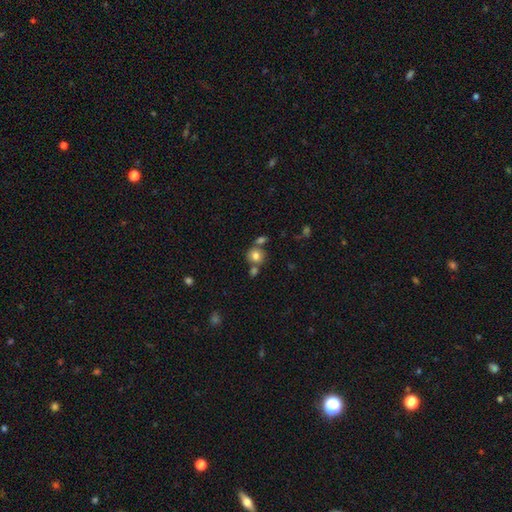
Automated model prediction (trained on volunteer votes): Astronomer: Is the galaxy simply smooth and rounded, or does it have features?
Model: smooth — 78%.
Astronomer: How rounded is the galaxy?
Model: round — 81%.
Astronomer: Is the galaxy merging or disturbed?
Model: none — 60%.